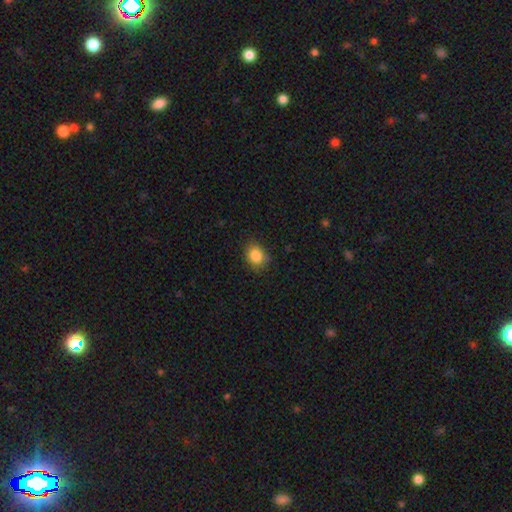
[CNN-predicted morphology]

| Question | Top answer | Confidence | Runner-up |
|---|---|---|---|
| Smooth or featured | smooth | 85% | star or artifact (9%) |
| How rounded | round | 51% | in between (48%) |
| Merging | none | 80% | minor disturbance (16%) |